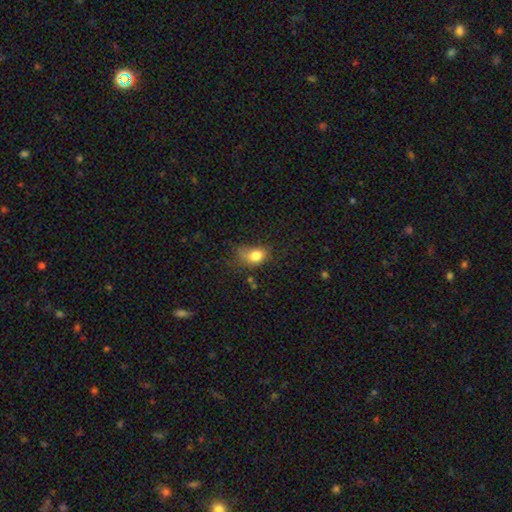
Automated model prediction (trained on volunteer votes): Smooth or featured? Predicted: smooth (p=0.80). How rounded? Predicted: in between (p=0.66). Merging? Predicted: none (p=0.42).